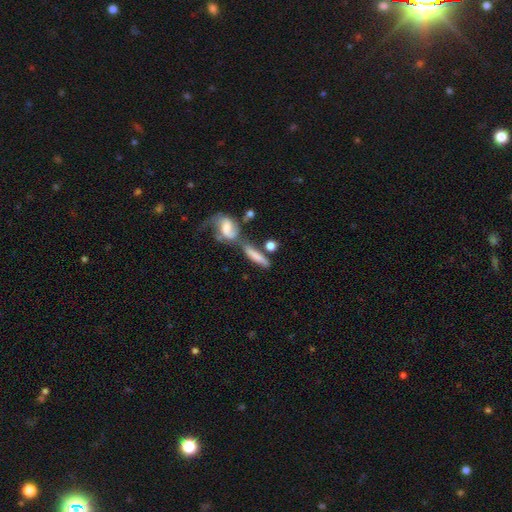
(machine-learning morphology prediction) Overall: smooth (62%; featured or disk 30%). How rounded: cigar-shaped (71%). Merging: none (41%; merger 36%).